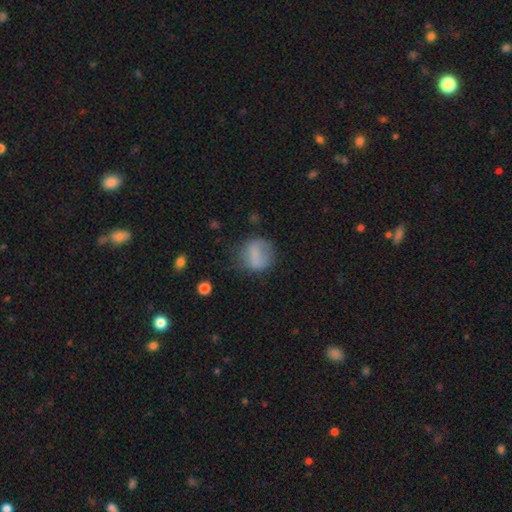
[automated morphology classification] Q: Smooth or featured?
A: smooth (73%); runner-up: featured or disk (17%)
Q: How rounded?
A: round (75%); runner-up: in between (23%)
Q: Merging?
A: none (60%); runner-up: minor disturbance (24%)